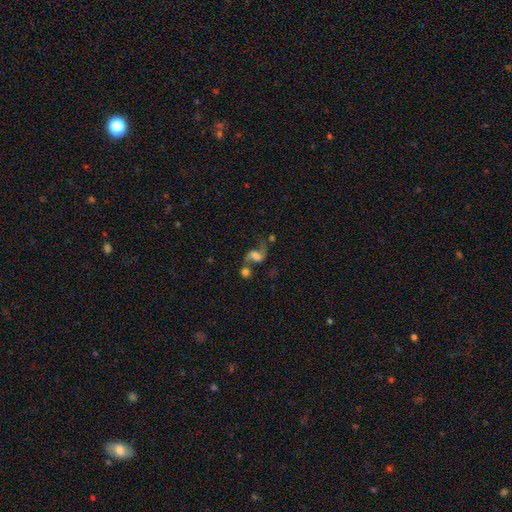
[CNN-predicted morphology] Smooth or featured? featured or disk (57%)
Edge-on disk? no (97%)
Bar? no (45%)
Spiral arms? yes (87%)
Bulge size? large (31%)
Merging? merger (39%)